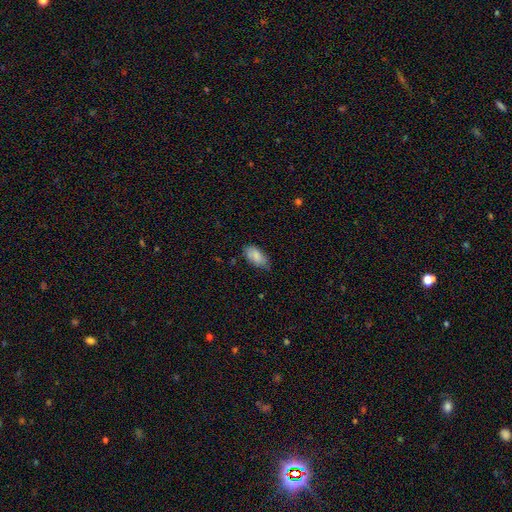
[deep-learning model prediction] Overall: smooth (81%). How rounded: in between (93%). Merging: none (64%; minor disturbance 29%).